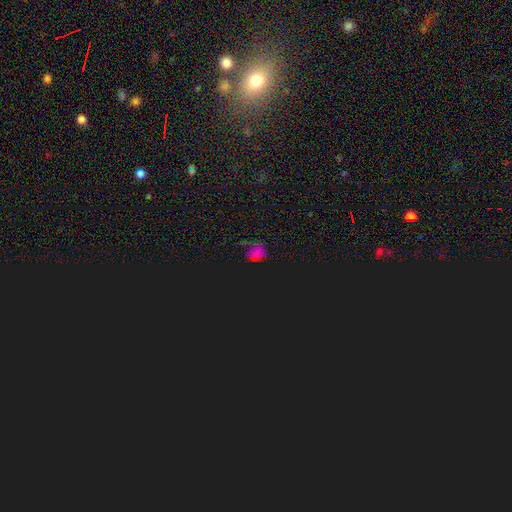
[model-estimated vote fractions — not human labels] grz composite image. It shows a star or artifact, not a galaxy (60%).